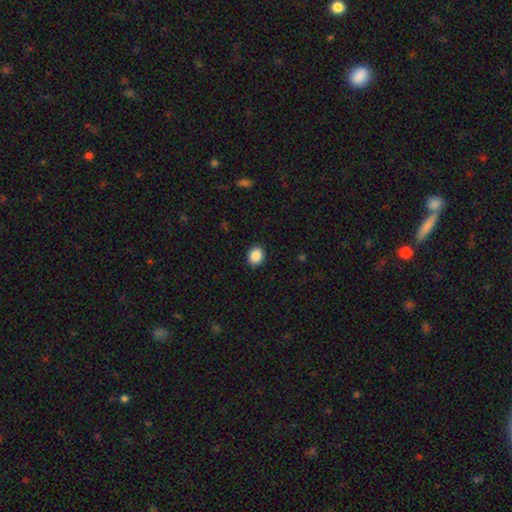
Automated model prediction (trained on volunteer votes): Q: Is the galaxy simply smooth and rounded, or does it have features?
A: smooth — 89%.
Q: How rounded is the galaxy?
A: round — 59%.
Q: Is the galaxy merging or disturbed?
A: none — 91%.